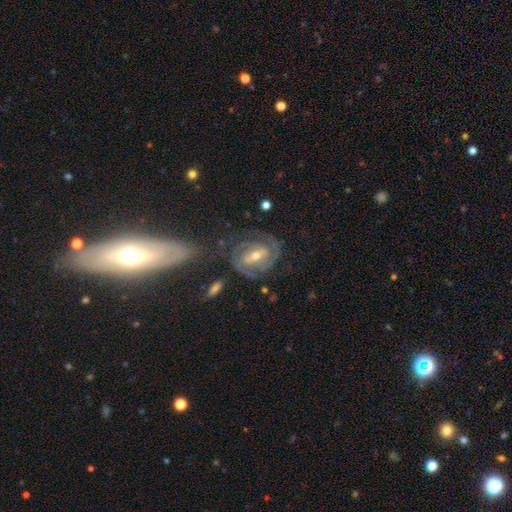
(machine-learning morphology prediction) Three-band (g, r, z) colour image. It shows a featured or disk galaxy (85%) with a weak bar (44%), 2 (55%) tight (60%) spiral arms (94%) and a moderate central bulge (54%). Merging: none (66%).